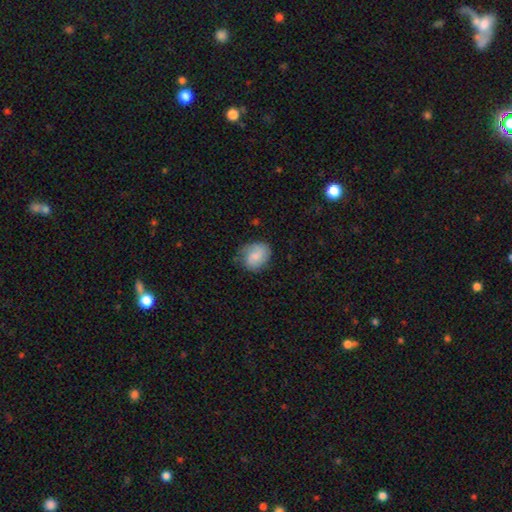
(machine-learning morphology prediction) Smooth or featured: smooth — 57% (featured or disk — 35%)
How rounded: round — 56% (in between — 43%)
Merging: none — 63% (minor disturbance — 27%)